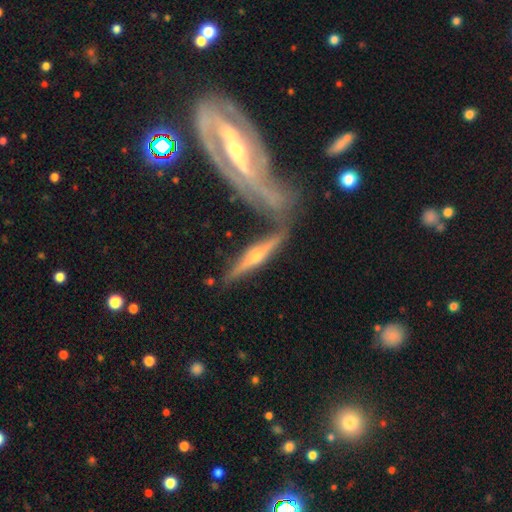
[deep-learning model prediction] Smooth or featured? featured or disk (77%)
Edge-on disk? yes (91%)
Edge-on bulge? rounded (88%)
Merging? none (57%)